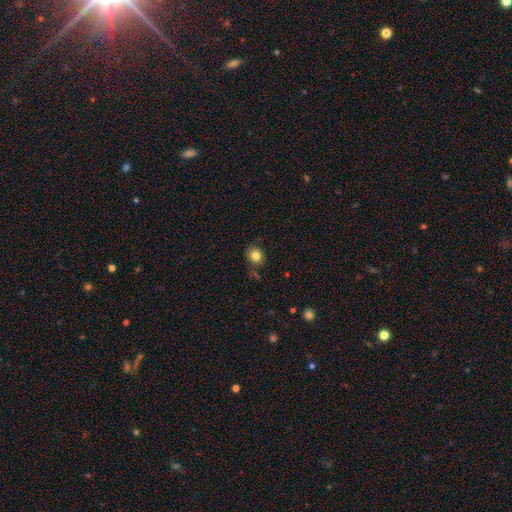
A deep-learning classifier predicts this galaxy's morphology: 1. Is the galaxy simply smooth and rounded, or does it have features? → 82% smooth, 11% star or artifact, 7% featured or disk.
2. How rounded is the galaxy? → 70% round, 29% in between, 1% cigar-shaped.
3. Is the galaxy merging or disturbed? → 81% none, 13% minor disturbance, 4% merger, 3% major disturbance.